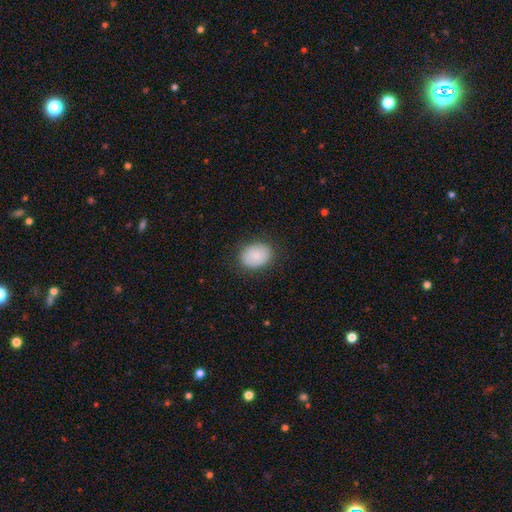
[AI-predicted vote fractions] A smooth galaxy with no disk features (85%) that is in between round and cigar-shaped (63%). Merging: none (84%).